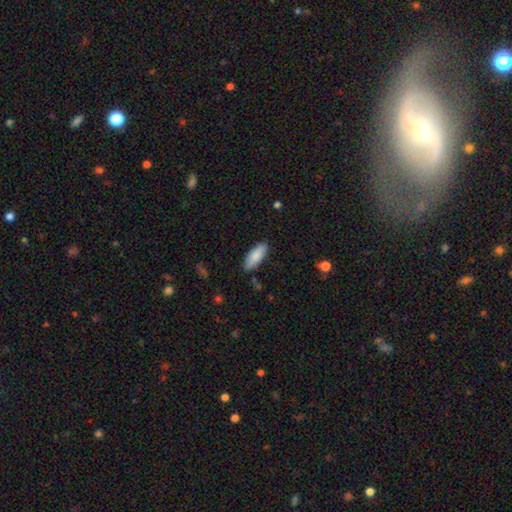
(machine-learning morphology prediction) type=smooth (86%); roundness=in between (76%); merging=none (85%).